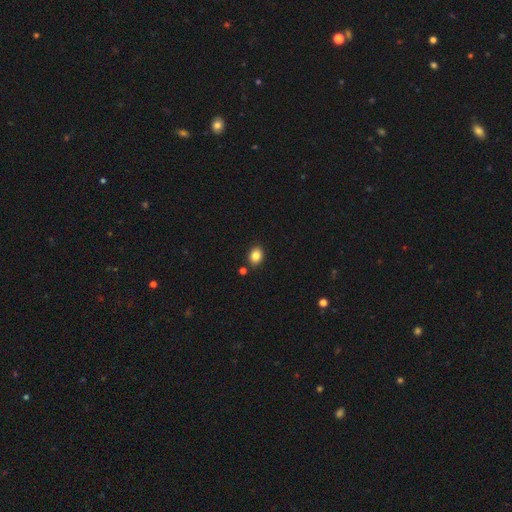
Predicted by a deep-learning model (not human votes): smooth-or-featured: smooth: 84% | star or artifact: 10% | featured or disk: 6%
  how-rounded: in between: 58% | round: 41% | cigar-shaped: 1%
  merging: none: 85% | minor disturbance: 9% | merger: 4% | major disturbance: 2%